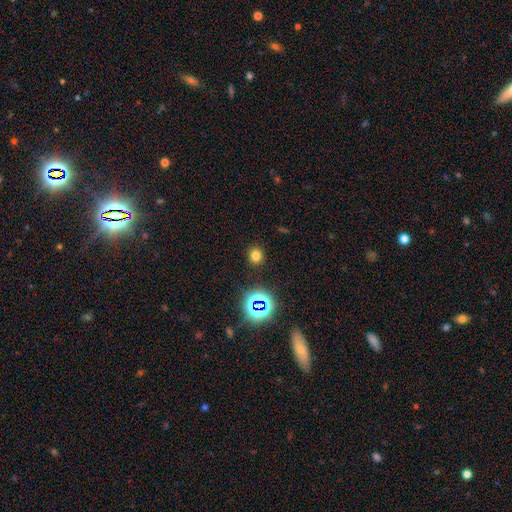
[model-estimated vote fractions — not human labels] Morphology: type=smooth (72%); roundness=round (82%); merging=none (89%).